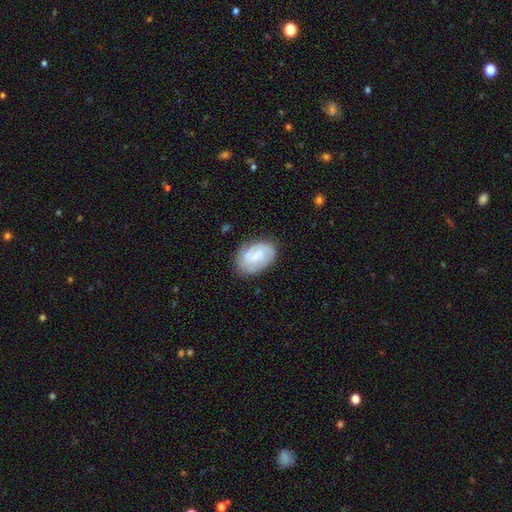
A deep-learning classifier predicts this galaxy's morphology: Smooth or featured: featured or disk — 54% (smooth — 39%)
Edge-on disk: no — 97% (yes — 3%)
Bar: no — 48% (weak — 43%)
Spiral arms: yes — 81% (no — 19%)
Bulge size: small — 40% (none — 31%)
Merging: none — 72% (minor disturbance — 20%)